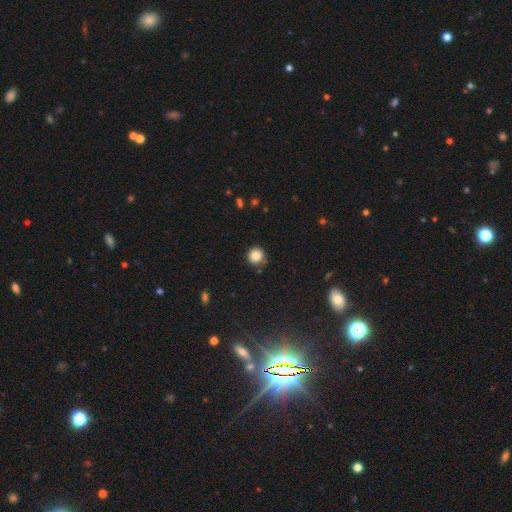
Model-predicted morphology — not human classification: A smooth galaxy with no disk features (85%) that is round (95%). Merging: none (84%).